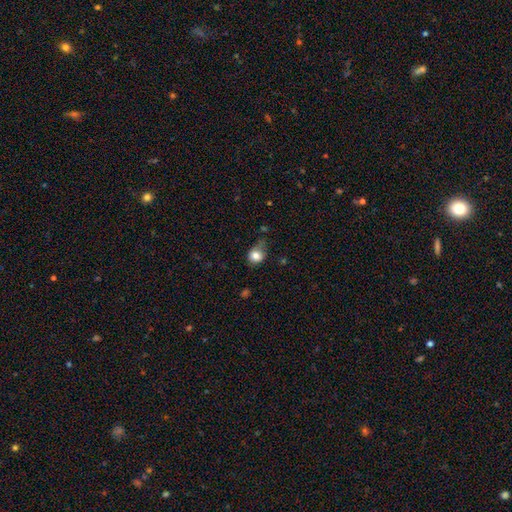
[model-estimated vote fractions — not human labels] A smooth galaxy with no disk features (80%) that is round (64%). Merging: none (42%).